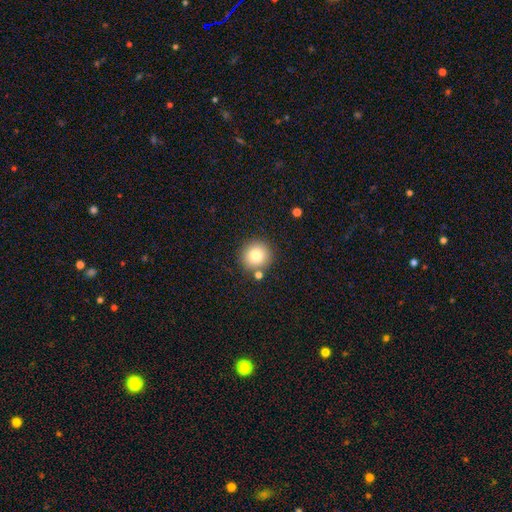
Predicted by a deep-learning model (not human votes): smooth_or_featured: smooth (p=0.79) [alt: star or artifact p=0.11]
how_rounded: round (p=0.93) [alt: in between p=0.06]
merging: none (p=0.82) [alt: minor disturbance p=0.08]